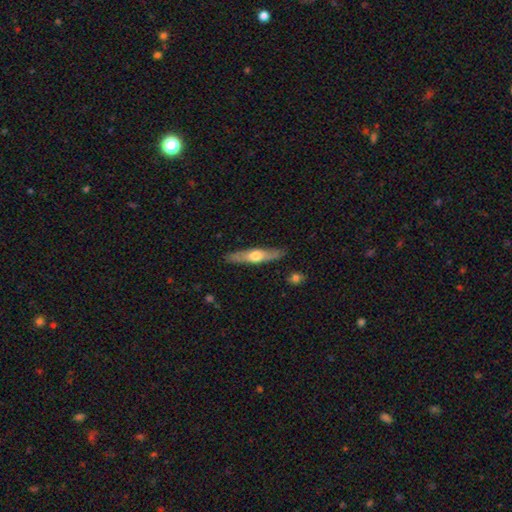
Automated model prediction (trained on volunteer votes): Smooth or featured: featured or disk — 55% (smooth — 40%)
Edge-on disk: yes — 84% (no — 16%)
Merging: none — 87% (minor disturbance — 9%)